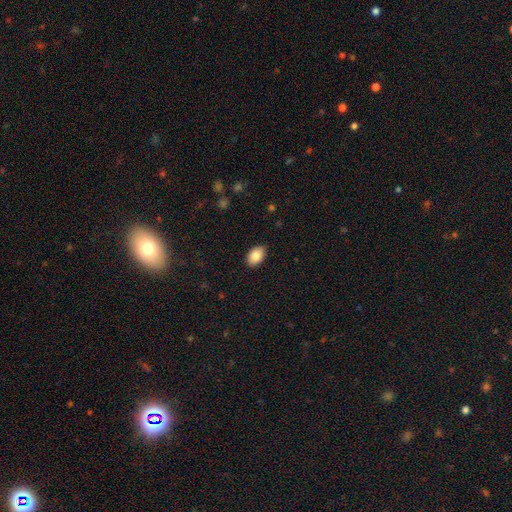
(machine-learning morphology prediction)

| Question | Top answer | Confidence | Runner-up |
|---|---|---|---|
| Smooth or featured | smooth | 87% | star or artifact (7%) |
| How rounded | in between | 89% | round (10%) |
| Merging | none | 87% | minor disturbance (10%) |